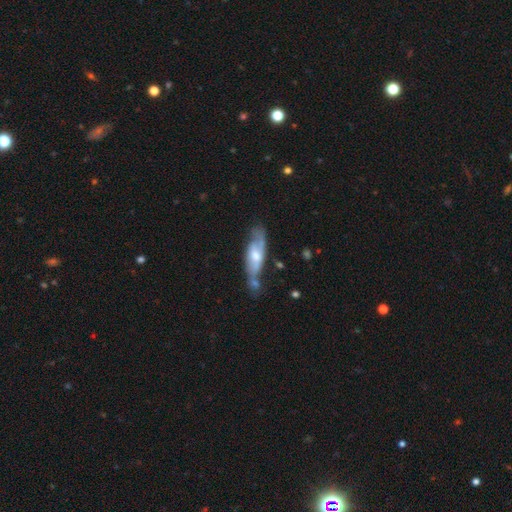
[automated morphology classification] featured or disk 62%, smooth 32%, star or artifact 6%. Down the decision tree: edge-on disk — no (70%); merging — none (50%).